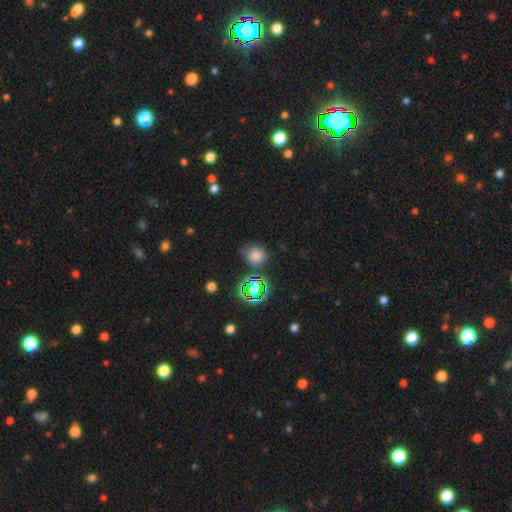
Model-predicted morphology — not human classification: Smooth or featured: smooth — 71% (star or artifact — 23%)
How rounded: round — 81% (in between — 18%)
Merging: none — 75% (minor disturbance — 15%)